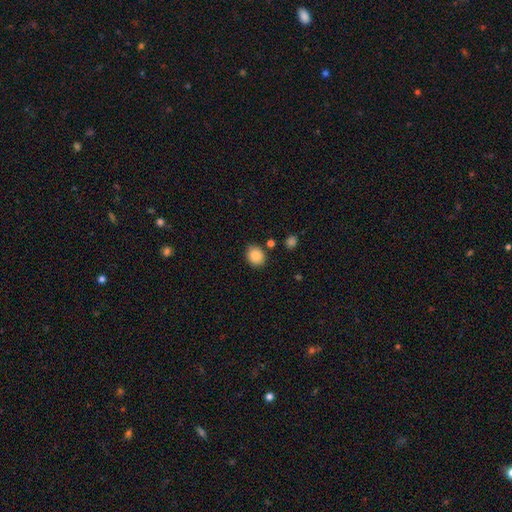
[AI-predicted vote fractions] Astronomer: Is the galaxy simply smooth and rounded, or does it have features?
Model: smooth — 87%.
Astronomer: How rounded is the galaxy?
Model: round — 62% (runner-up: in between, 38%).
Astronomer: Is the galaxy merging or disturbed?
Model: none — 82%.